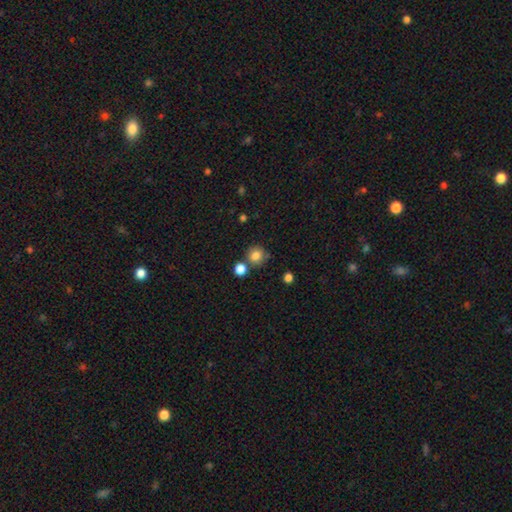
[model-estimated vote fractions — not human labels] A smooth galaxy with no disk features (82%) that is round (89%). Merging: none (70%).